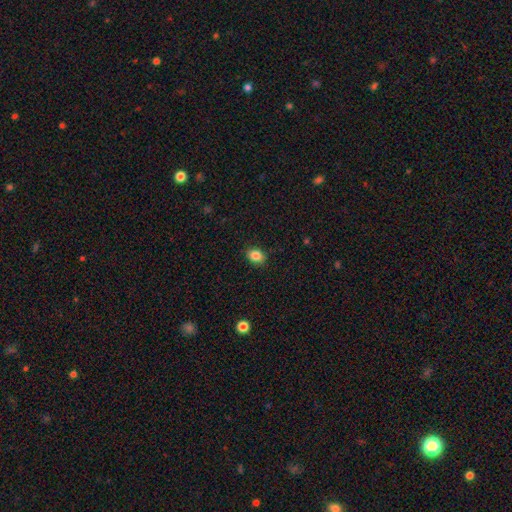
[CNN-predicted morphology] Smooth or featured? Predicted: smooth (p=0.86). How rounded? Predicted: in between (p=0.66). Merging? Predicted: none (p=0.88).